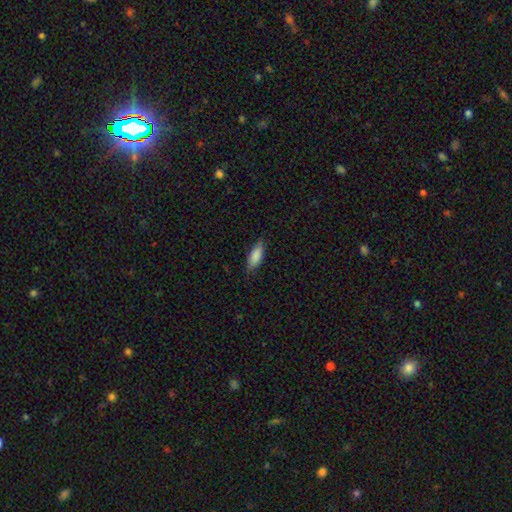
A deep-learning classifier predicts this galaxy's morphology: Smooth or featured? smooth (87%)
How rounded? in between (76%)
Merging? none (80%)